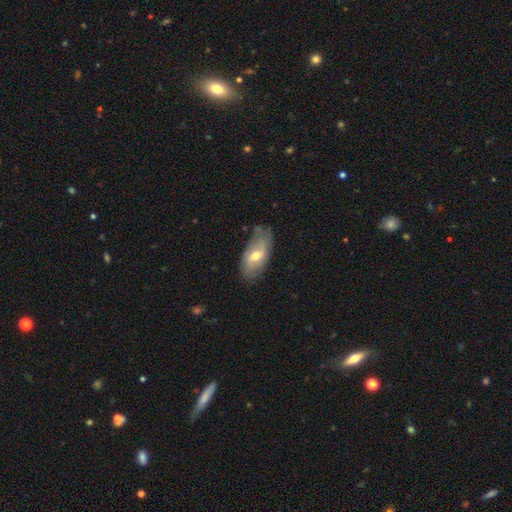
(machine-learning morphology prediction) This is possibly a smooth galaxy (48%). Merging: likely none (69%).